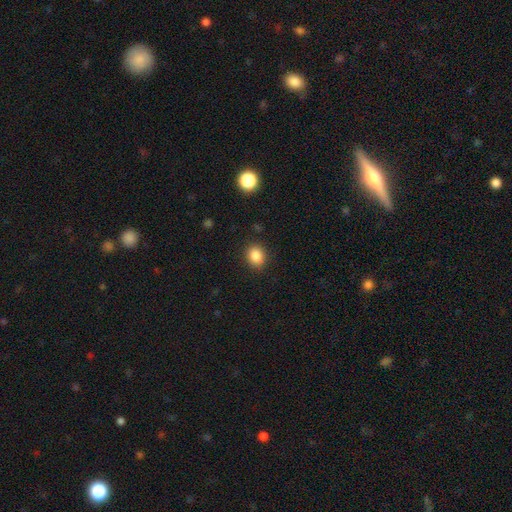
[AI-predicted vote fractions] Smooth or featured? smooth (85%)
How rounded? round (63%)
Merging? none (87%)